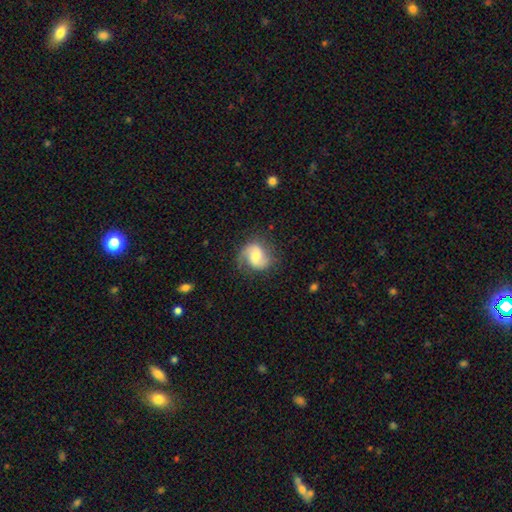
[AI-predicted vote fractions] smooth-or-featured: featured or disk: 61% | smooth: 31% | star or artifact: 7%
  disk-edge-on: no: 97% | yes: 3%
    bar: no: 47% | weak: 42% | strong: 11%
    has-spiral-arms: yes: 91% | no: 9%
      spiral-winding: medium: 44% | loose: 36% | tight: 20%
      spiral-arm-count: 2: 69% | 1: 21% | can't tell: 7% | 3: 1% | 4: 1% | more than 4: 1%
    bulge-size: moderate: 51% | small: 30% | large: 12% | none: 6% | dominant: 2%
  merging: none: 60% | minor disturbance: 24% | major disturbance: 14% | merger: 1%